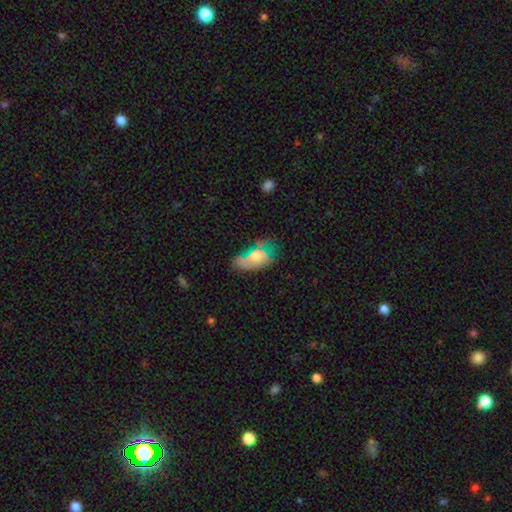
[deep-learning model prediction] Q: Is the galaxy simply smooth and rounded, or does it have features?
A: smooth — 60%.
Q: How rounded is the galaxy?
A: in between — 88%.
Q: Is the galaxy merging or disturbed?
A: none — 43%.